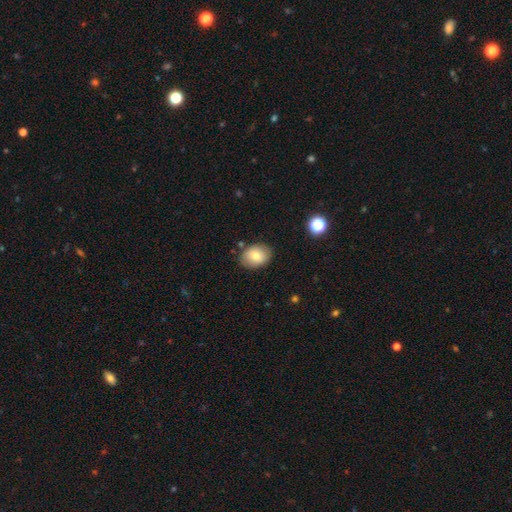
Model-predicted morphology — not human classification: Smooth or featured? Predicted: smooth (p=0.77). How rounded? Predicted: in between (p=0.69). Merging? Predicted: none (p=0.82).